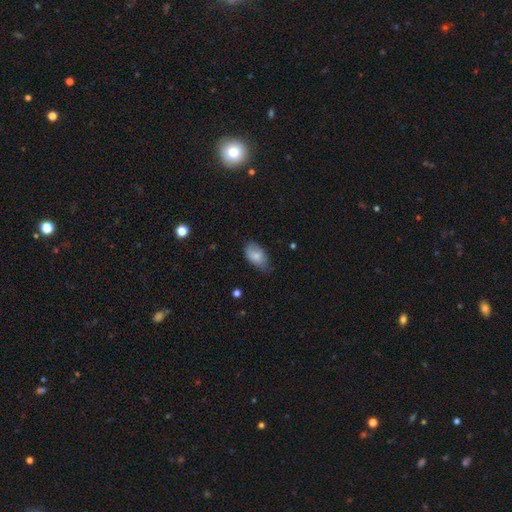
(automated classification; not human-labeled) A smooth galaxy with no disk features (81%) that is in between round and cigar-shaped (93%). Merging: none (56%).